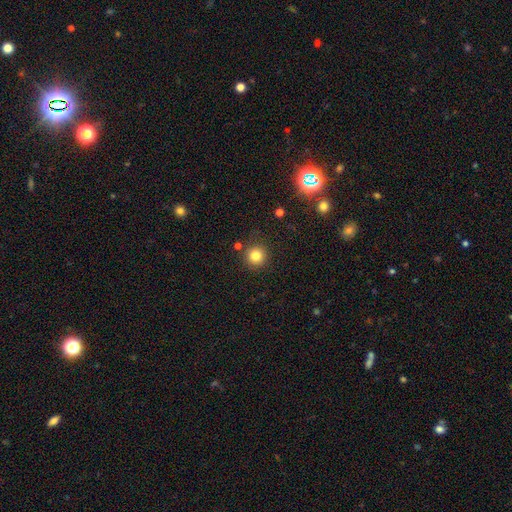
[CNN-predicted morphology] This is clearly a smooth galaxy (82%). How rounded: clearly round (94%). Merging: clearly none (87%).